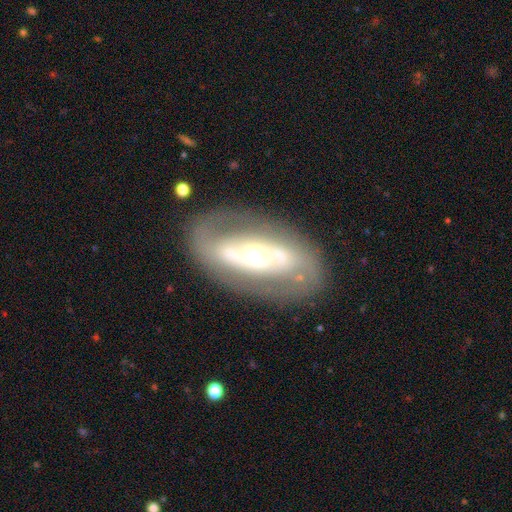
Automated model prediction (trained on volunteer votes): This is likely a featured or disk galaxy (76%). It is clearly not viewed edge-on (91%). Bar: marginally no (41%). Spiral arm pattern: possibly yes (57%). Central bulge: possibly moderate (54%). Merging: likely none (78%).